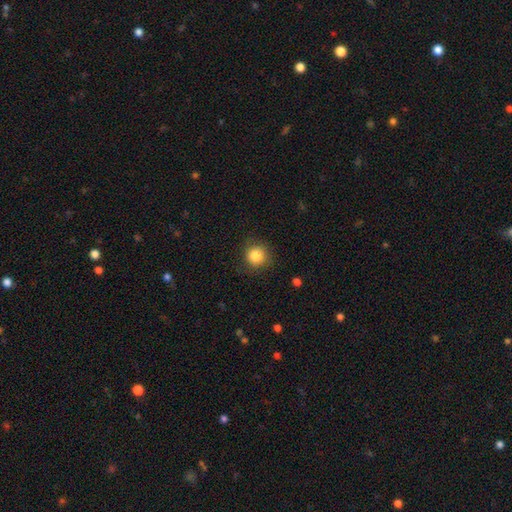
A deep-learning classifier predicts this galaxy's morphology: Smooth or featured? smooth (84%)
How rounded? round (92%)
Merging? none (85%)